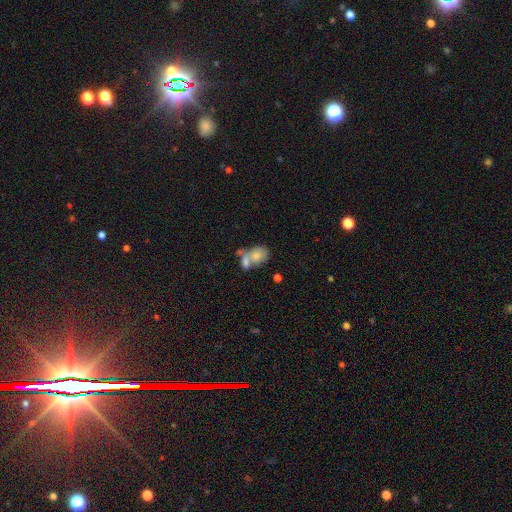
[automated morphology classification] This appears to be a smooth galaxy with no disk features (73%) that is in between round and cigar-shaped (73%). Merging: merger (60%).